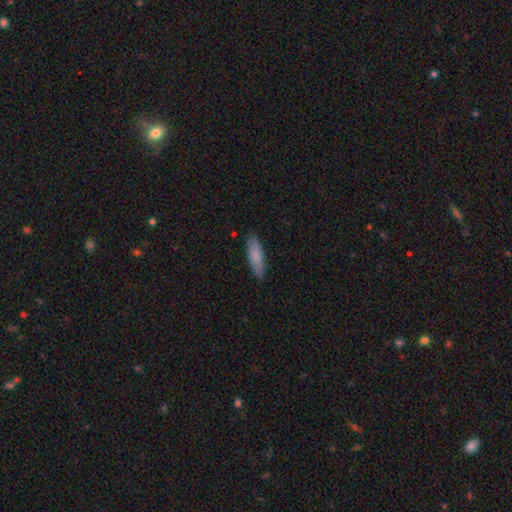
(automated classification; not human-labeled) Smooth or featured? Predicted: smooth (p=0.82). How rounded? Predicted: cigar-shaped (p=0.51). Merging? Predicted: none (p=0.86).